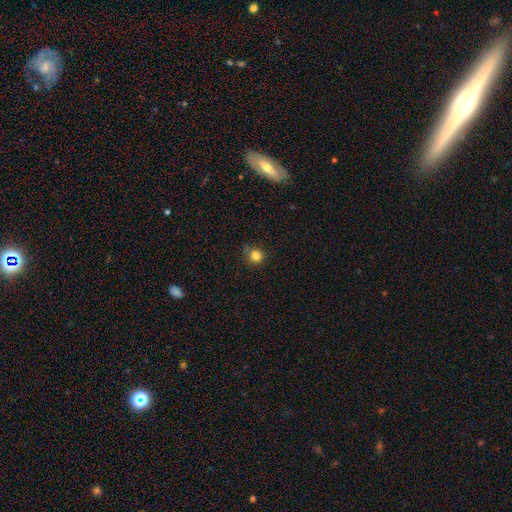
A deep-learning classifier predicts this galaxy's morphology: Smooth or featured? smooth (82%)
How rounded? round (91%)
Merging? none (82%)